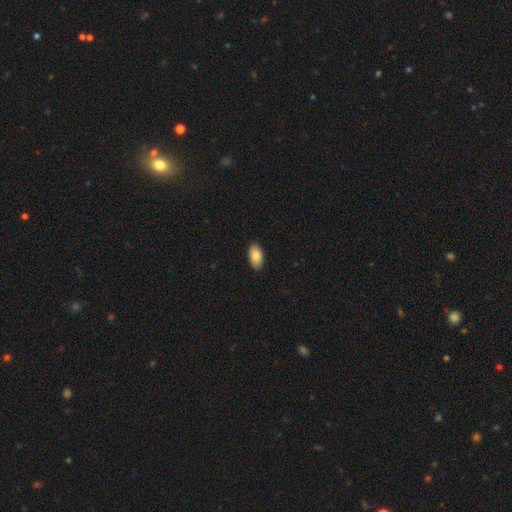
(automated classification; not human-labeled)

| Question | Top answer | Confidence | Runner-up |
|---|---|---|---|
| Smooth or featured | smooth | 88% | star or artifact (6%) |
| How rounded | in between | 95% | round (3%) |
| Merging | none | 89% | minor disturbance (8%) |